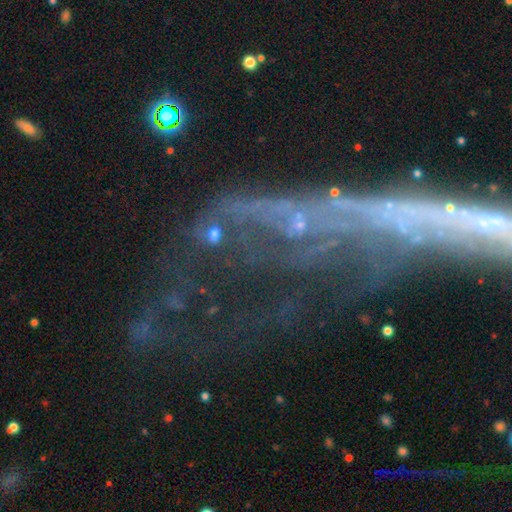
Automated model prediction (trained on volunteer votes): Morphology: type=featured or disk (50%); edge-on=no (74%); merging=none (37%).